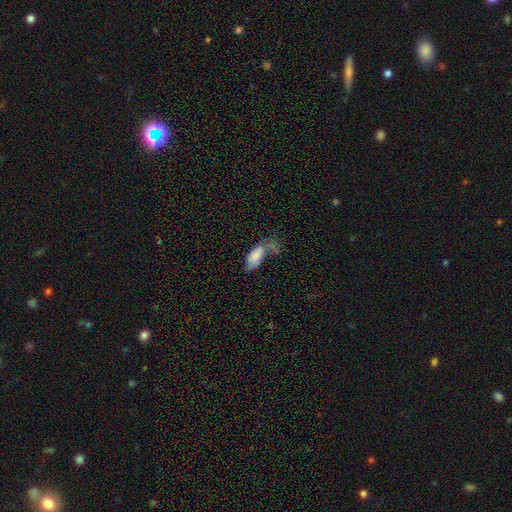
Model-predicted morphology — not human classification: This is likely a smooth galaxy (73%). How rounded: clearly in between (87%). Merging: marginally major disturbance (33%).